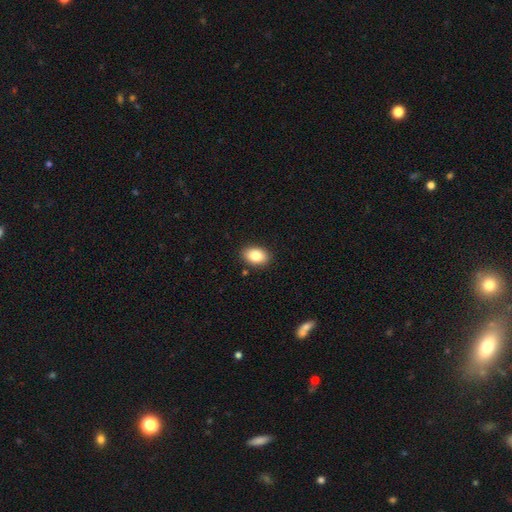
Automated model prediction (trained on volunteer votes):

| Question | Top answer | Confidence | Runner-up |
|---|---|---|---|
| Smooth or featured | smooth | 84% | featured or disk (8%) |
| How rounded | in between | 84% | round (15%) |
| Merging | none | 88% | minor disturbance (8%) |